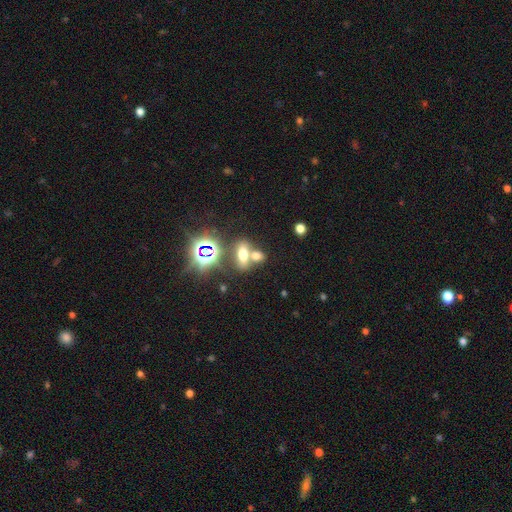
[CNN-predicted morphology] Smooth or featured: smooth — 59% (star or artifact — 24%)
How rounded: in between — 72% (round — 19%)
Merging: merger — 48% (none — 39%)